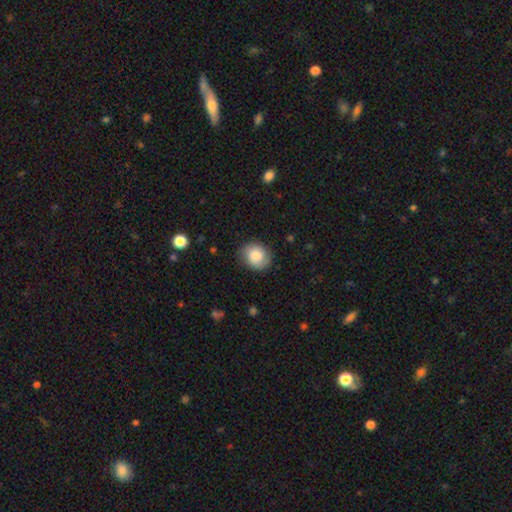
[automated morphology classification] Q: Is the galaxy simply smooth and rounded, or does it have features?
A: smooth — 80%.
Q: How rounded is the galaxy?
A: round — 69%.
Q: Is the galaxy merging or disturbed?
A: none — 81%.